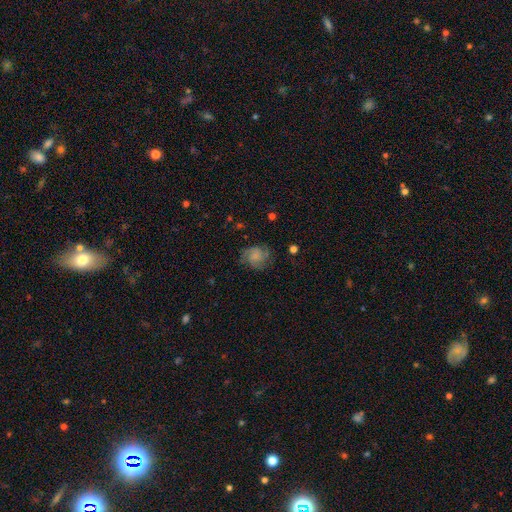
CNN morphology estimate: type=featured or disk (62%); edge-on=no (98%); bar=no (73%); spiral arms=yes (91%); winding=medium (45%); arm count=3 (34%); bulge=none (45%); merging=none (70%).